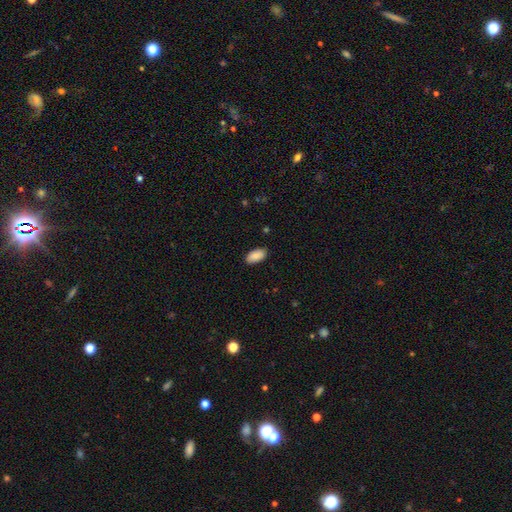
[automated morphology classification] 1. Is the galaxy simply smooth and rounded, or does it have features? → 89% smooth, 6% star or artifact, 4% featured or disk.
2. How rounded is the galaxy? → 94% in between, 4% cigar-shaped, 2% round.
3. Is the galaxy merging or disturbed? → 88% none, 9% minor disturbance, 2% major disturbance, 1% merger.